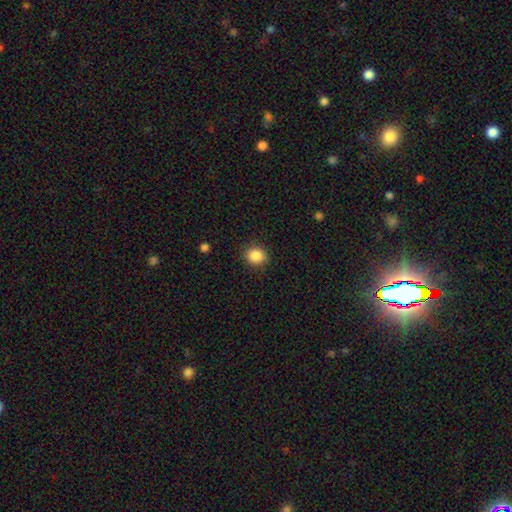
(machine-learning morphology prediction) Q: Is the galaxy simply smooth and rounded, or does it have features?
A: smooth — 87%.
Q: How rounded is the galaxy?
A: round — 77%.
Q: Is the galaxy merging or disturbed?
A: none — 89%.